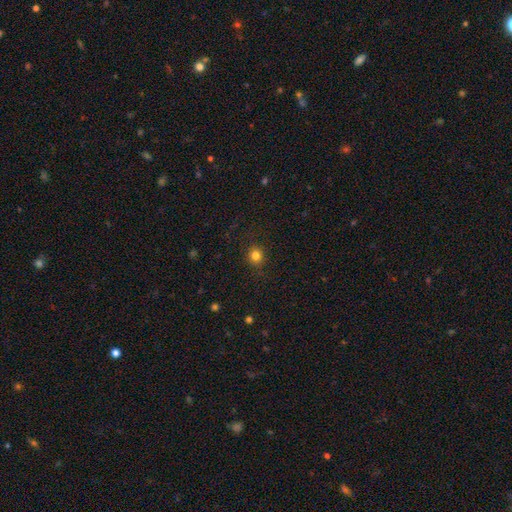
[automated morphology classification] Q: Smooth or featured?
A: smooth (82%); runner-up: star or artifact (13%)
Q: How rounded?
A: round (86%); runner-up: in between (13%)
Q: Merging?
A: none (89%); runner-up: minor disturbance (8%)